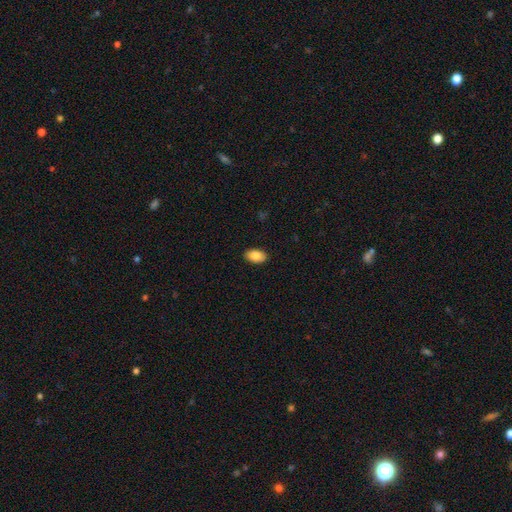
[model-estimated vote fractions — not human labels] Smooth or featured: smooth — 86% (star or artifact — 7%)
How rounded: in between — 93% (round — 5%)
Merging: none — 90% (minor disturbance — 7%)